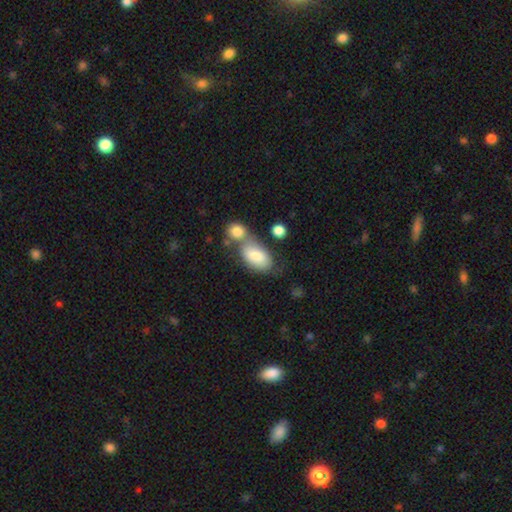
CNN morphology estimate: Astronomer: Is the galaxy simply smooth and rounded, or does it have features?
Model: smooth — 81%.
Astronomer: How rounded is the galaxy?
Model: in between — 91%.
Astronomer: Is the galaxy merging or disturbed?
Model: merger — 42% (runner-up: none, 36%).